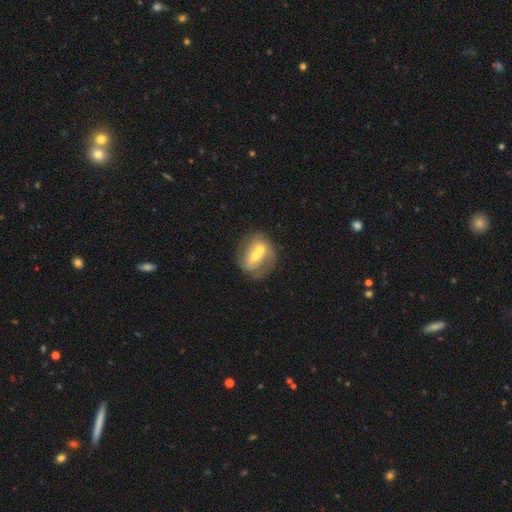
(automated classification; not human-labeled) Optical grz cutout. It shows a featured or disk galaxy (54%) with no bar (62%), no spiral arms (56%) and a moderate central bulge (58%). Merging: merger (57%).